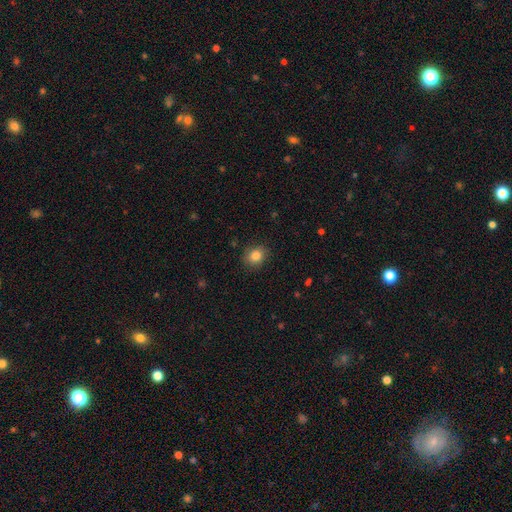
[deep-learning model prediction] smooth_or_featured: smooth (p=0.84) [alt: star or artifact p=0.10]
how_rounded: round (p=0.66) [alt: in between p=0.33]
merging: none (p=0.86) [alt: minor disturbance p=0.11]